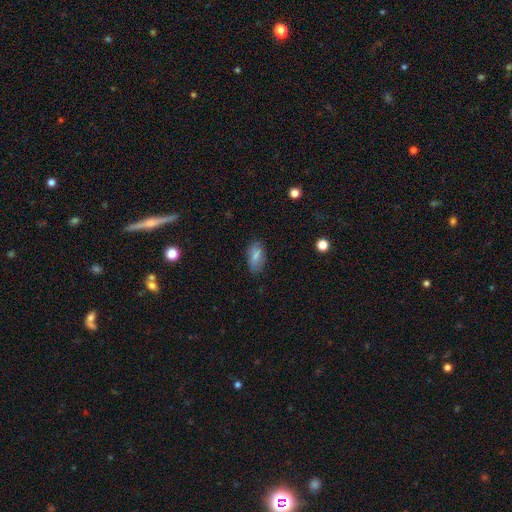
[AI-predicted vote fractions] Q: Smooth or featured?
A: smooth (80%); runner-up: featured or disk (11%)
Q: How rounded?
A: in between (88%); runner-up: cigar-shaped (8%)
Q: Merging?
A: none (78%); runner-up: minor disturbance (17%)